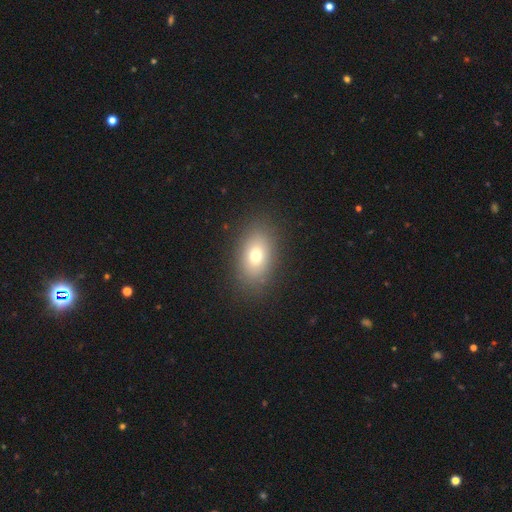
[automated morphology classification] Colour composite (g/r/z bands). It shows a smooth galaxy with no disk features (73%) that is in between round and cigar-shaped (82%). Merging: none (87%).